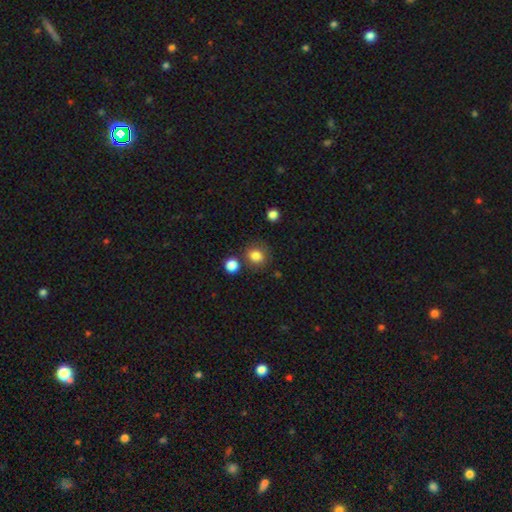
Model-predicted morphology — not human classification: This appears to be a smooth galaxy with no disk features (83%) that is round (72%). Merging: none (77%).